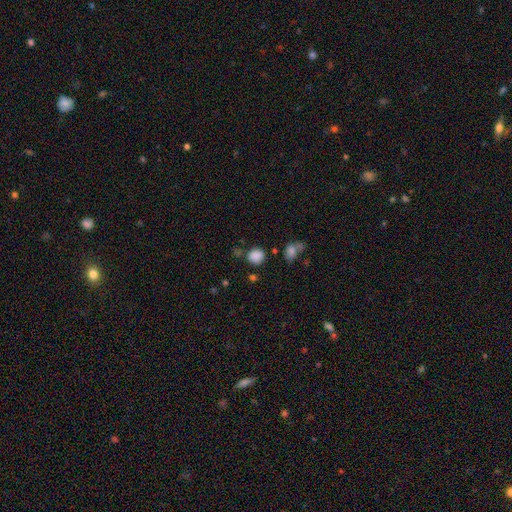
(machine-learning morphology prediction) A smooth galaxy with no disk features (84%) that is round (73%). Merging: none (74%).